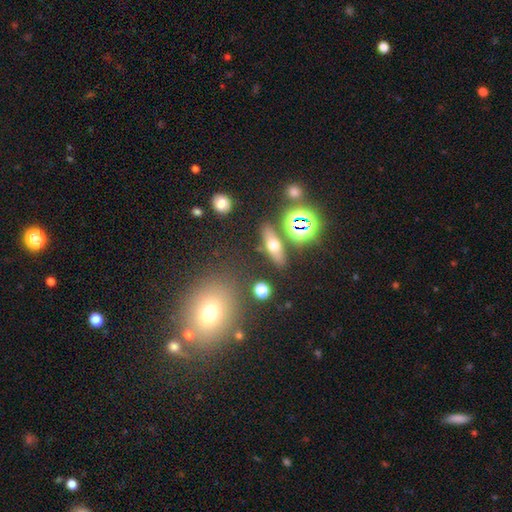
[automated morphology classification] smooth-or-featured: star or artifact: 44% | smooth: 43% | featured or disk: 13%